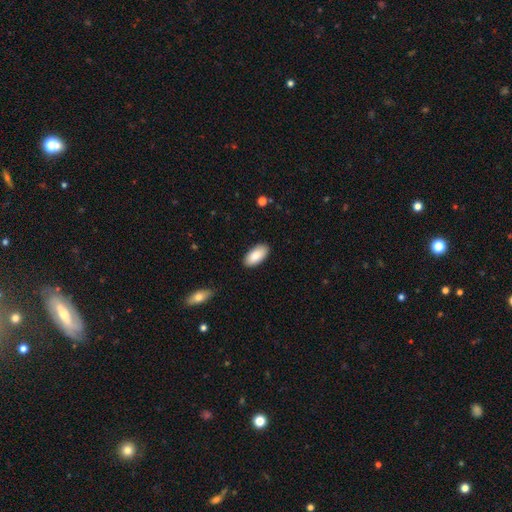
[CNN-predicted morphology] Smooth or featured: smooth — 87% (featured or disk — 7%)
How rounded: in between — 94% (cigar-shaped — 4%)
Merging: none — 89% (minor disturbance — 9%)